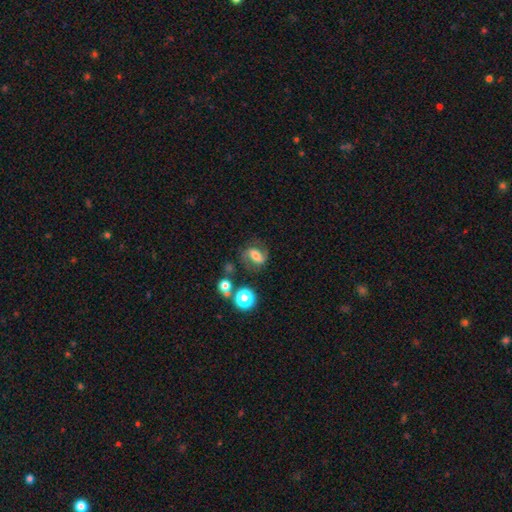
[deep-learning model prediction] smooth-or-featured: featured or disk: 47% | smooth: 40% | star or artifact: 12%
  merging: none: 65% | minor disturbance: 19% | major disturbance: 11% | merger: 6%